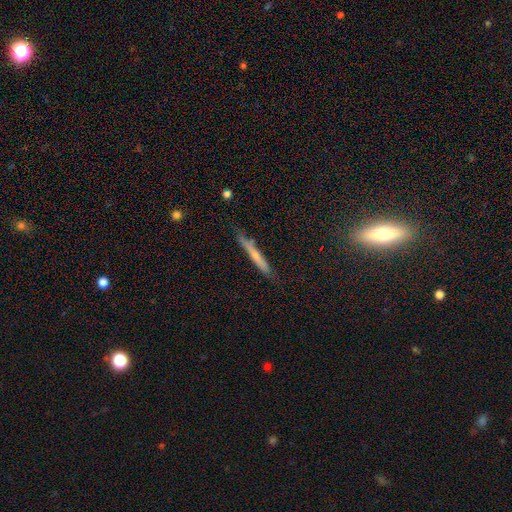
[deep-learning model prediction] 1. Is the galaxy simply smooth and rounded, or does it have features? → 51% smooth, 41% featured or disk, 8% star or artifact.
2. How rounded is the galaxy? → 95% cigar-shaped, 3% in between, 2% round.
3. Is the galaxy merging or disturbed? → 79% none, 16% minor disturbance, 3% major disturbance, 2% merger.